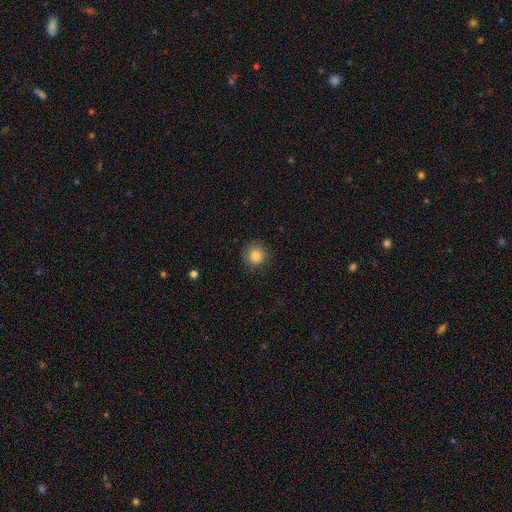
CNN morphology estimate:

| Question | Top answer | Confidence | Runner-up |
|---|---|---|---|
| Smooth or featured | smooth | 84% | star or artifact (10%) |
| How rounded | round | 93% | in between (6%) |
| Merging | none | 86% | minor disturbance (10%) |